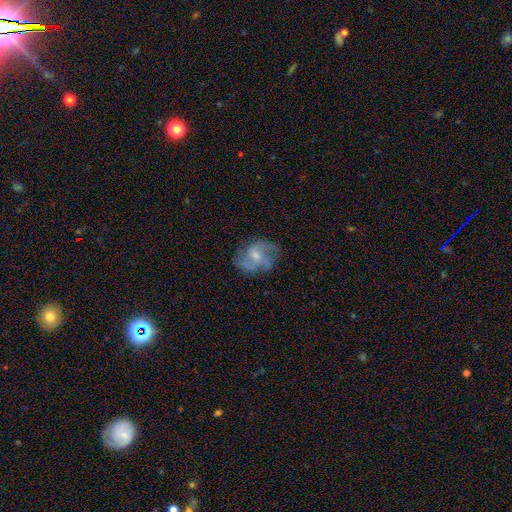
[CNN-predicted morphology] Smooth or featured? featured or disk (71%)
Edge-on disk? no (97%)
Bar? weak (46%)
Spiral arms? yes (87%)
Spiral winding? medium (45%)
Spiral arm count? 2 (46%)
Bulge size? small (46%)
Merging? none (69%)